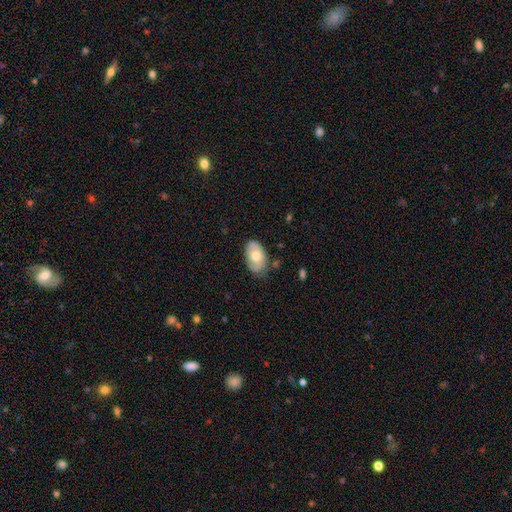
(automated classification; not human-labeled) The model was most divided on "smooth or featured": smooth: 62%, featured or disk: 32%, star or artifact: 6%. More confident: how rounded — in between (92%); merging — none (69%).